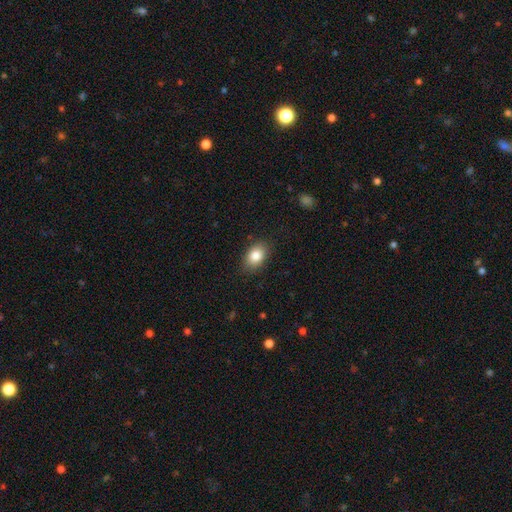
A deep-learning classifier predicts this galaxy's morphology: The model was most divided on "how rounded": in between: 82%, round: 17%, cigar-shaped: 1%. More confident: merging — none (85%); smooth or featured — smooth (84%).